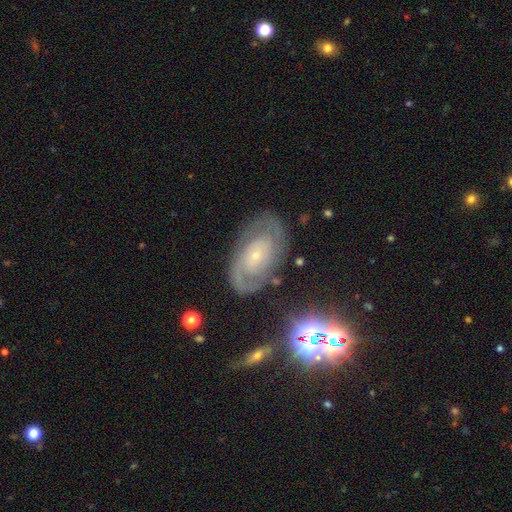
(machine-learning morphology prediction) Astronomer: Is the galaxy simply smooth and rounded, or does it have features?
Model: featured or disk — 81%.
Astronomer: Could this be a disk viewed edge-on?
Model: no — 96%.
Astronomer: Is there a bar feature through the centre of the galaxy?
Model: no — 72%.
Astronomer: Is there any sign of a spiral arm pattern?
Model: yes — 93%.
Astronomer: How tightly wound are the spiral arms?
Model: tight — 58% (runner-up: medium, 33%).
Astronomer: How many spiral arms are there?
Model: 2 — 69%.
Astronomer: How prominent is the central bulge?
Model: small — 80%.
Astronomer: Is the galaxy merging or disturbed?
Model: none — 77%.